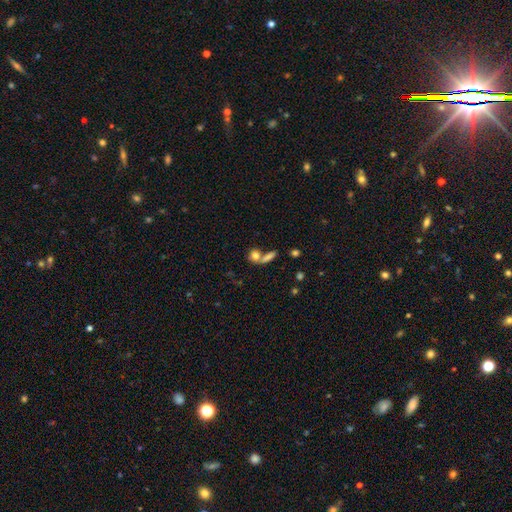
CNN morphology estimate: Q: Smooth or featured?
A: smooth (76%); runner-up: featured or disk (13%)
Q: How rounded?
A: round (57%); runner-up: in between (35%)
Q: Merging?
A: merger (43%); runner-up: none (42%)